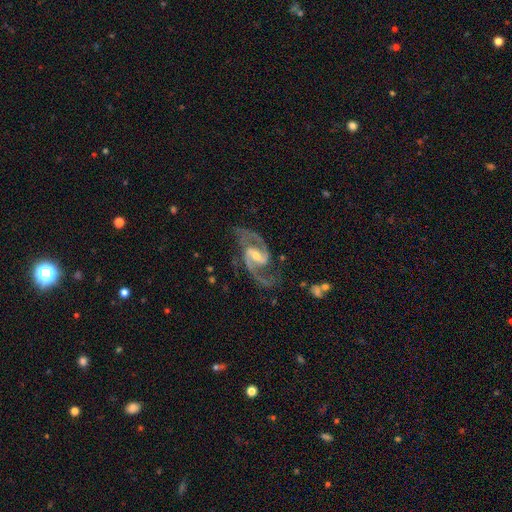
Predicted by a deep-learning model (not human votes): smooth_or_featured: featured or disk (p=0.93) [alt: star or artifact p=0.04]
disk_edge_on: no (p=0.98) [alt: yes p=0.02]
bar: weak (p=0.49) [alt: strong p=0.32]
has_spiral_arms: yes (p=0.98) [alt: no p=0.02]
spiral_winding: medium (p=0.63) [alt: loose p=0.25]
spiral_arm_count: 2 (p=0.93) [alt: 3 p=0.02]
bulge_size: moderate (p=0.48) [alt: small p=0.47]
merging: none (p=0.75) [alt: minor disturbance p=0.15]